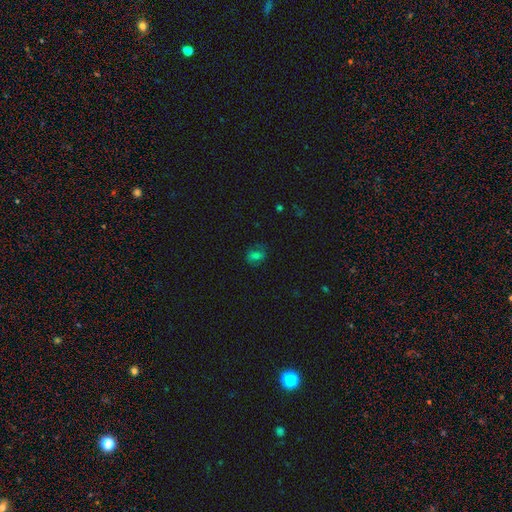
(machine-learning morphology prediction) Smooth or featured? Predicted: smooth (p=0.58). How rounded? Predicted: in between (p=0.53). Merging? Predicted: none (p=0.70).